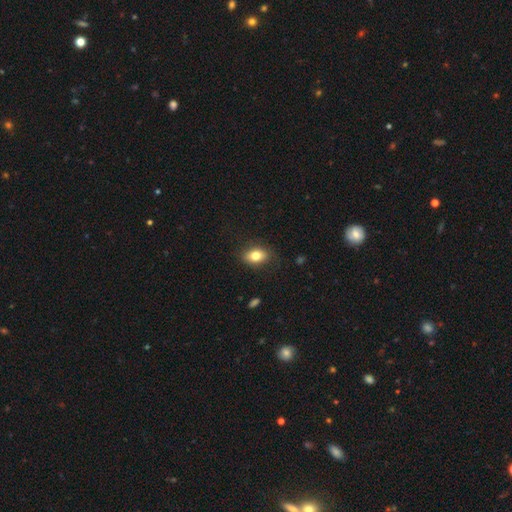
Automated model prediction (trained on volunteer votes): This appears to be a smooth galaxy with no disk features (80%) that is in between round and cigar-shaped (81%). Merging: none (83%).